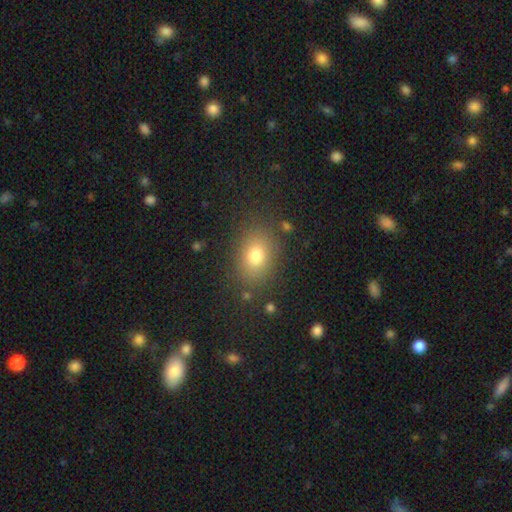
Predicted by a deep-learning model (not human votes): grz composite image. It shows a smooth galaxy with no disk features (77%) that is in between round and cigar-shaped (65%). Merging: none (84%).